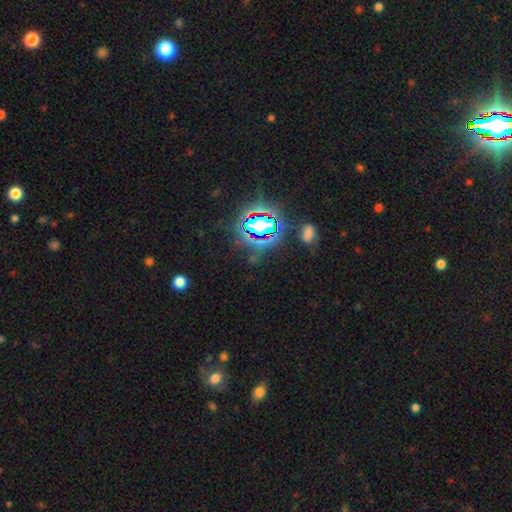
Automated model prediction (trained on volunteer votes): A star or artifact, not a galaxy (81%).

Vote fractions:
- Smooth or featured? star or artifact: 81% / smooth: 11% / featured or disk: 8%